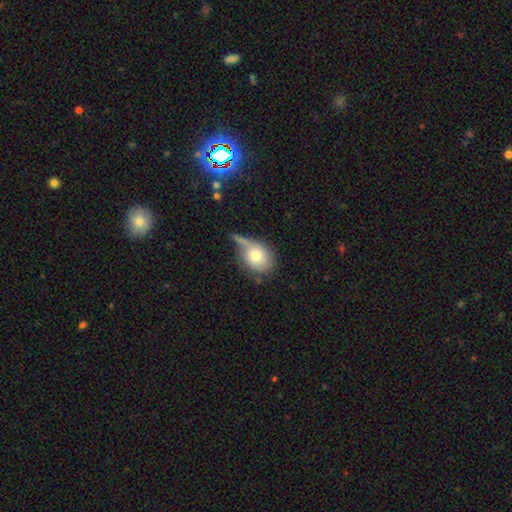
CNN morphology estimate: Smooth or featured? smooth (65%)
How rounded? round (55%)
Merging? none (38%)